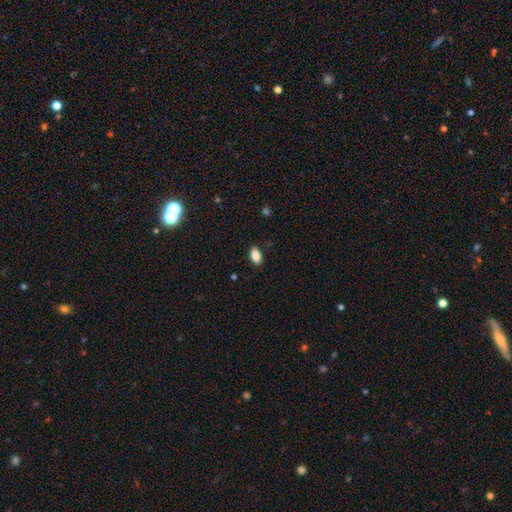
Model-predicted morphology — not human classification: type=smooth (87%); roundness=in between (91%); merging=none (88%).